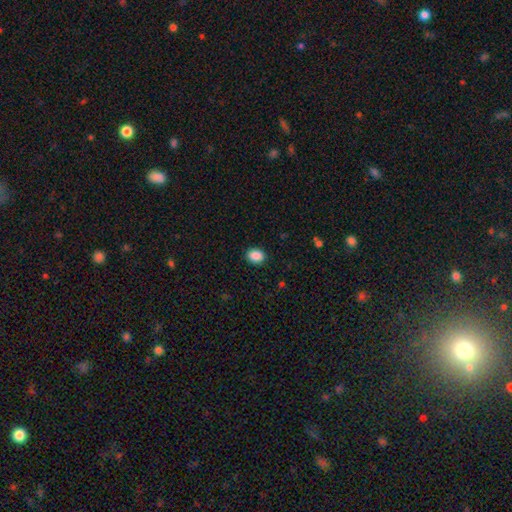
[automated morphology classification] This is clearly a smooth galaxy (89%). How rounded: possibly in between (59%). Merging: clearly none (90%).